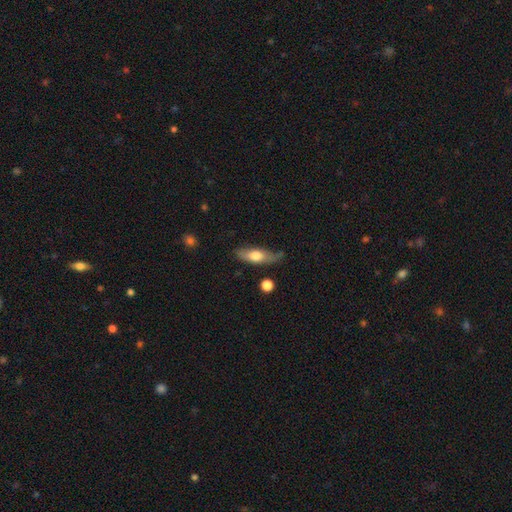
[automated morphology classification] type=smooth (62%); roundness=in between (56%); merging=none (61%).